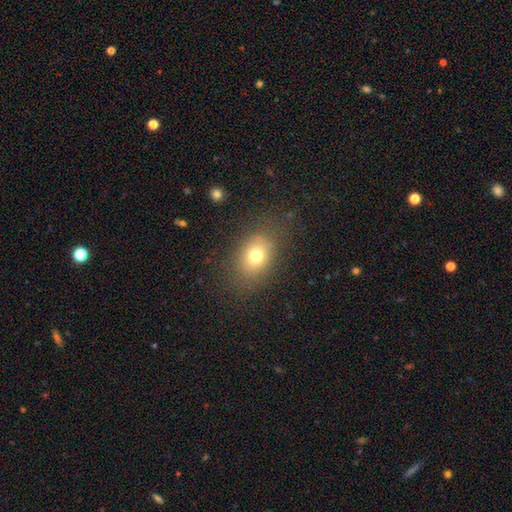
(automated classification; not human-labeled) The model was most divided on "how rounded": in between: 65%, round: 34%, cigar-shaped: 1%. More confident: merging — none (79%); smooth or featured — smooth (73%).